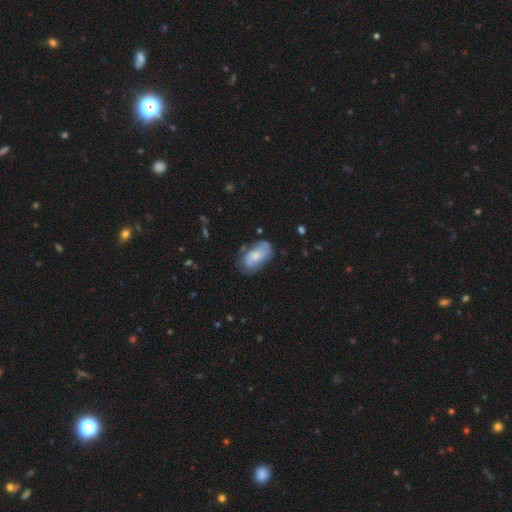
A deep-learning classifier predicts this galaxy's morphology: Smooth or featured: smooth — 54% (featured or disk — 39%)
How rounded: in between — 92% (round — 6%)
Merging: none — 60% (minor disturbance — 27%)